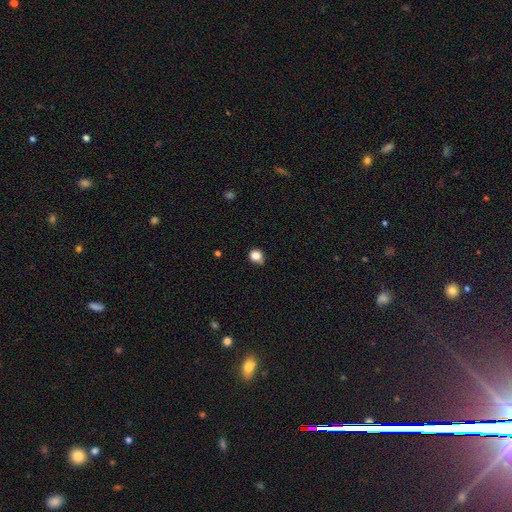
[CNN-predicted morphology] The model was most divided on "merging": none: 62%, minor disturbance: 29%, major disturbance: 6%, merger: 4%. More confident: smooth or featured — smooth (84%); how rounded — round (81%).